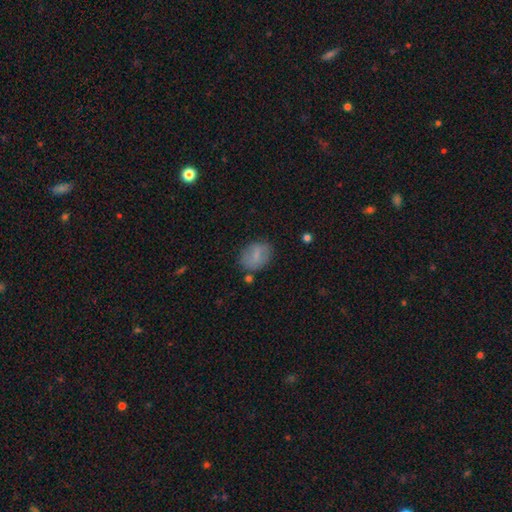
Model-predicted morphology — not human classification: Smooth or featured? Predicted: smooth (p=0.73). How rounded? Predicted: in between (p=0.63). Merging? Predicted: none (p=0.70).